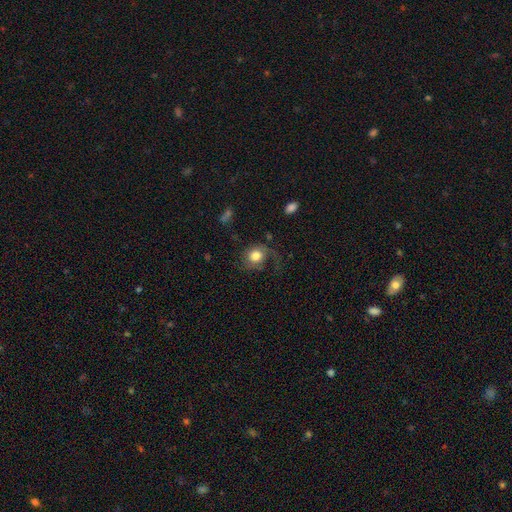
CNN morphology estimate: This is likely a smooth galaxy (66%). How rounded: likely round (67%). Merging: marginally none (45%).